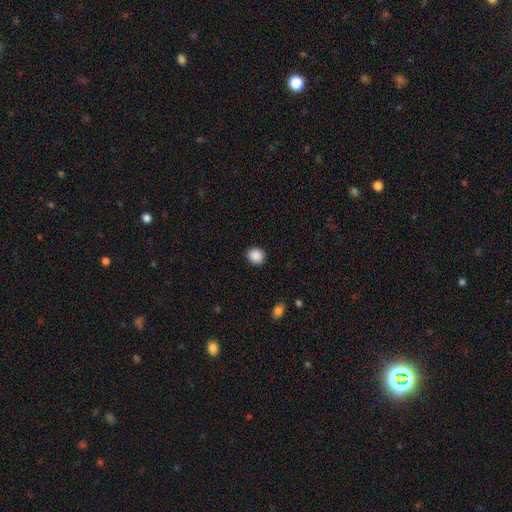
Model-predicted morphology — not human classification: Q: Smooth or featured?
A: smooth (89%); runner-up: star or artifact (9%)
Q: How rounded?
A: round (86%); runner-up: in between (13%)
Q: Merging?
A: none (91%); runner-up: minor disturbance (6%)